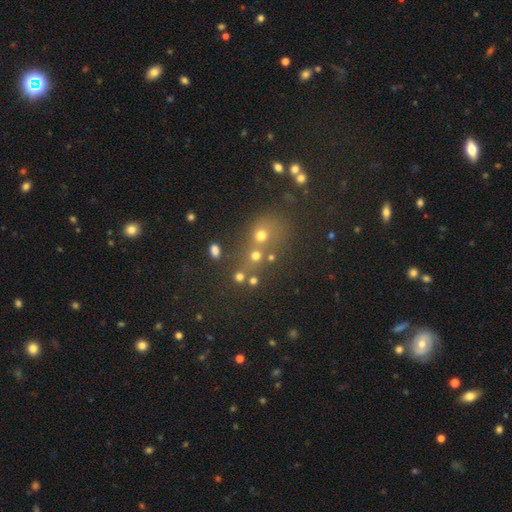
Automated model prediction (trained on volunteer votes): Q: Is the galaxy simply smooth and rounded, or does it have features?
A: smooth — 63%.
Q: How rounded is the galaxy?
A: round — 80%.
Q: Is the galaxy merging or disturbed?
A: none — 52%.